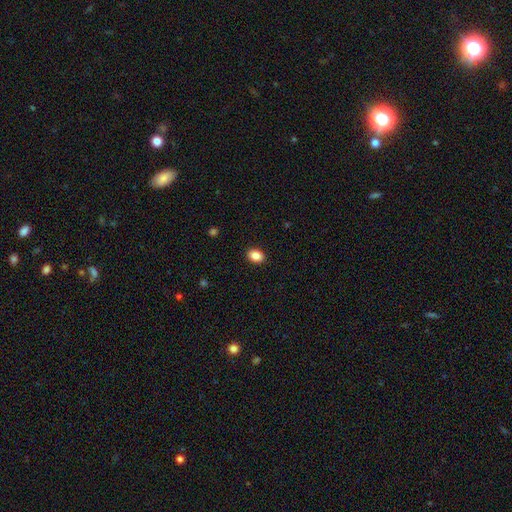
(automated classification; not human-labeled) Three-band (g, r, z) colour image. It shows a smooth galaxy with no disk features (86%) that is in between round and cigar-shaped (65%). Merging: none (91%).